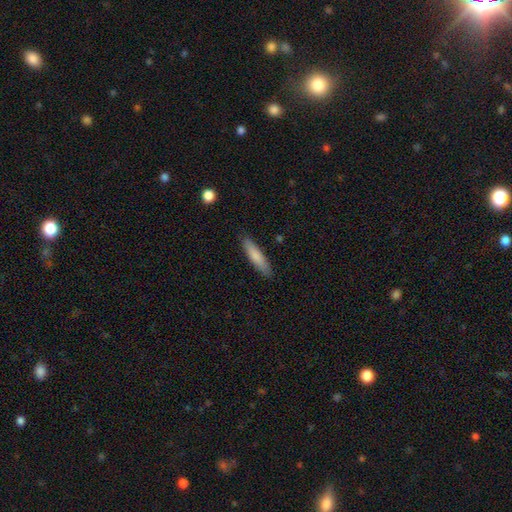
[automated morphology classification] smooth 81%, featured or disk 13%, star or artifact 6%. Down the decision tree: how rounded — cigar-shaped (81%); merging — none (88%).